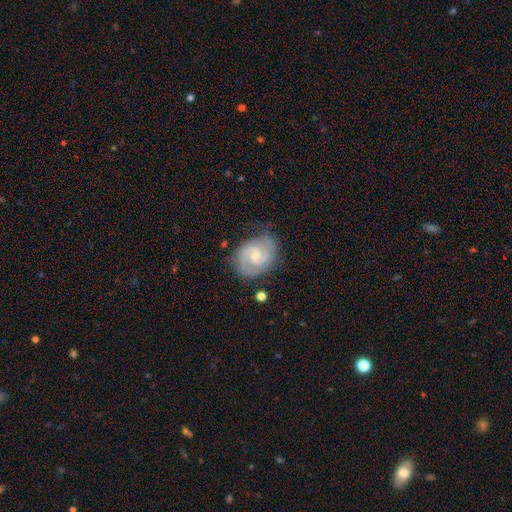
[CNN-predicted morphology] type=featured or disk (87%); edge-on=no (98%); bar=no (49%); spiral arms=yes (97%); winding=medium (47%); arm count=2 (84%); bulge=small (61%); merging=none (73%).